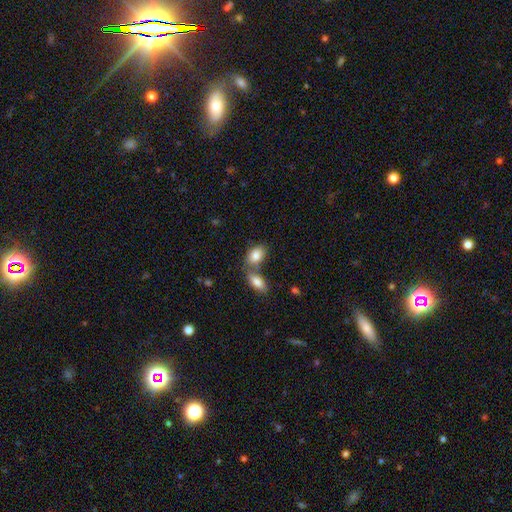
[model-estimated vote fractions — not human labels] smooth-or-featured: smooth: 84% | featured or disk: 9% | star or artifact: 7%
  how-rounded: in between: 88% | round: 10% | cigar-shaped: 2%
  merging: merger: 48% | none: 39% | minor disturbance: 10% | major disturbance: 4%